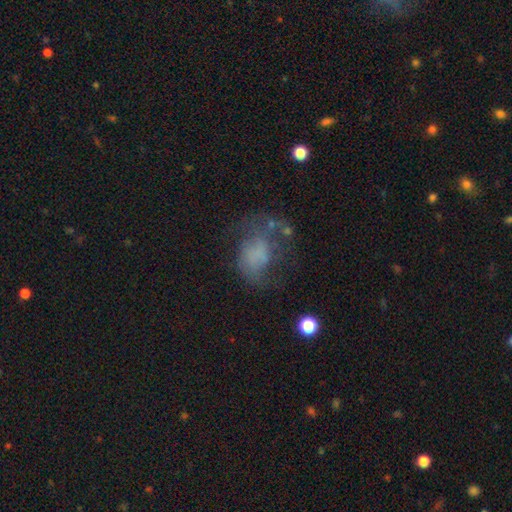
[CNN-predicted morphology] The model was most divided on "smooth or featured": smooth: 43%, featured or disk: 41%, star or artifact: 16%. Remaining: merging — major disturbance (38%).